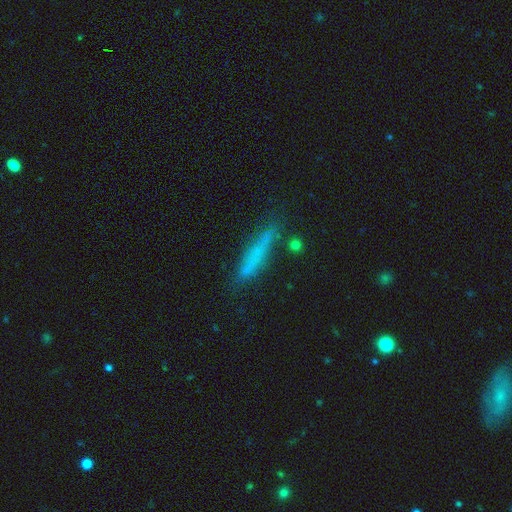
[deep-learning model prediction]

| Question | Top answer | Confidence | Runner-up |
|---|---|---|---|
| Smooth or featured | smooth | 61% | featured or disk (27%) |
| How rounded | cigar-shaped | 90% | in between (8%) |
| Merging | none | 73% | minor disturbance (18%) |